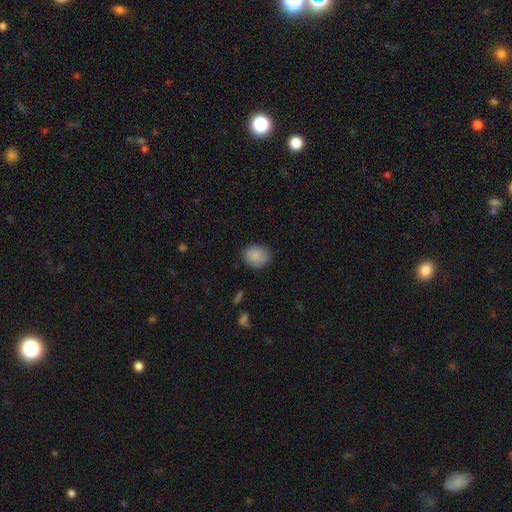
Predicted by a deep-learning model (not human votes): This appears to be a smooth galaxy with no disk features (88%) that is round (61%). Merging: none (85%).